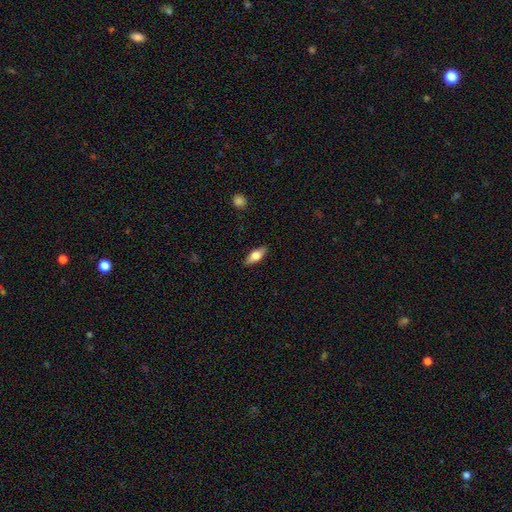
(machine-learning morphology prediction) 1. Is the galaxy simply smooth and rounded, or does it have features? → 62% smooth, 31% featured or disk, 7% star or artifact.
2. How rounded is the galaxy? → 72% in between, 25% cigar-shaped, 4% round.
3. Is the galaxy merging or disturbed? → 88% none, 9% minor disturbance, 2% major disturbance, 1% merger.